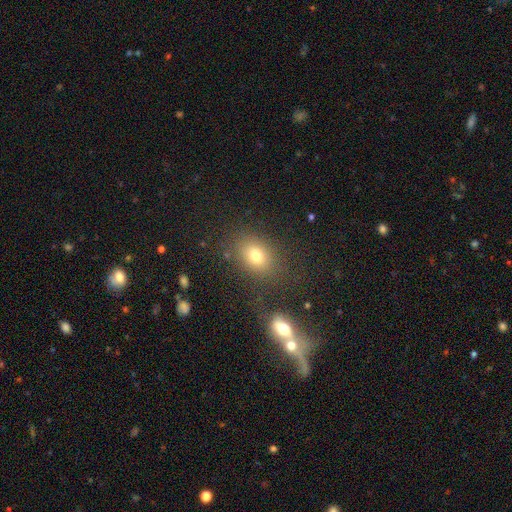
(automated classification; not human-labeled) Smooth or featured? smooth (75%)
How rounded? in between (66%)
Merging? none (75%)